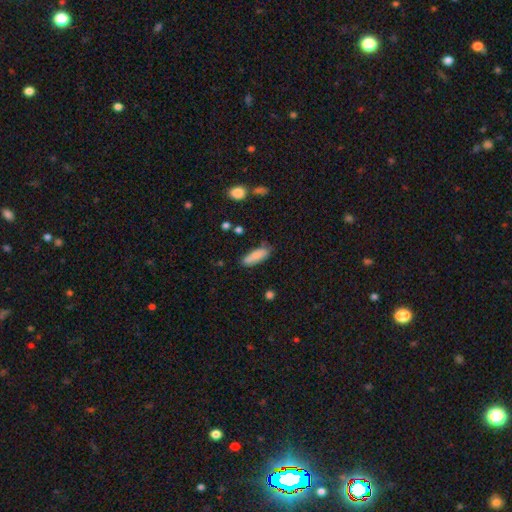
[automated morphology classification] Q: Smooth or featured?
A: smooth (82%); runner-up: featured or disk (11%)
Q: How rounded?
A: in between (64%); runner-up: cigar-shaped (34%)
Q: Merging?
A: none (75%); runner-up: minor disturbance (18%)